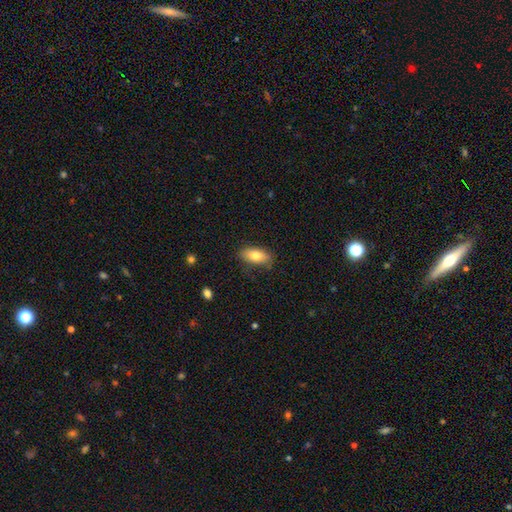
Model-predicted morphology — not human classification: This appears to be a smooth galaxy with no disk features (77%) that is in between round and cigar-shaped (86%). Merging: none (80%).